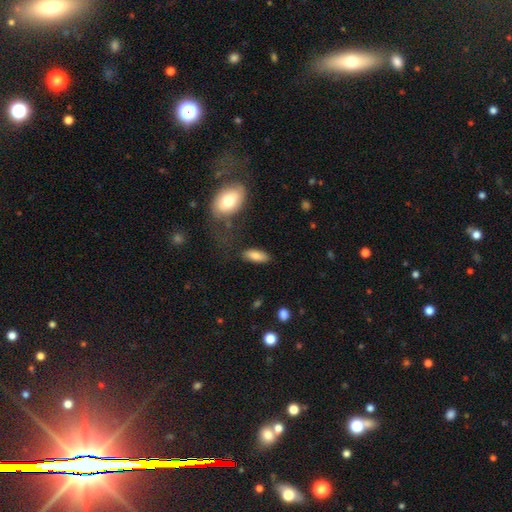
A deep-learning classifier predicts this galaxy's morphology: type=smooth (81%); roundness=in between (80%); merging=none (80%).